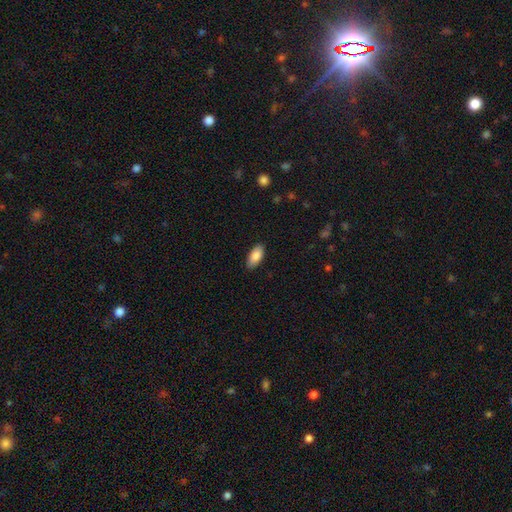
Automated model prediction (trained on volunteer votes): Smooth or featured?
  - smooth: 87% *
  - featured or disk: 7%
  - star or artifact: 6%
How rounded?
  - in between: 91% *
  - cigar-shaped: 7%
  - round: 2%
Merging?
  - none: 88% *
  - minor disturbance: 10%
  - major disturbance: 2%
  - merger: 1%